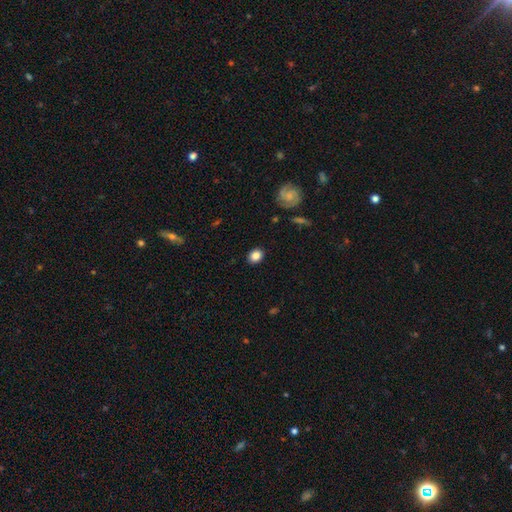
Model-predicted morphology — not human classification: smooth-or-featured: smooth: 83% | star or artifact: 9% | featured or disk: 8%
  how-rounded: round: 56% | in between: 43% | cigar-shaped: 1%
  merging: none: 87% | minor disturbance: 10% | major disturbance: 2% | merger: 1%